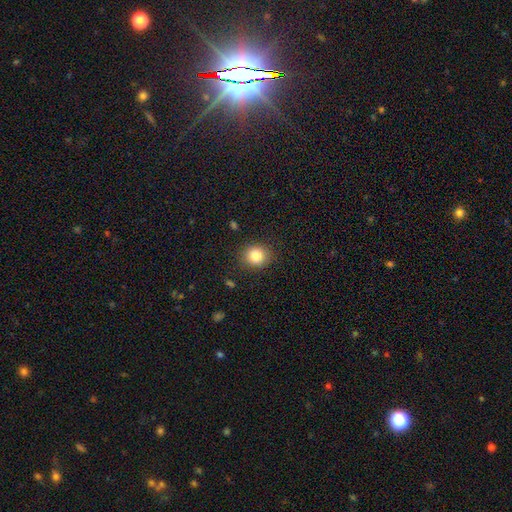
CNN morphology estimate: This appears to be a smooth galaxy with no disk features (84%) that is round (82%). Merging: none (88%).